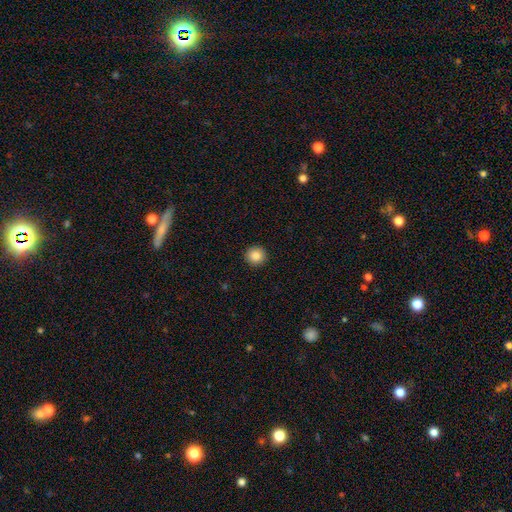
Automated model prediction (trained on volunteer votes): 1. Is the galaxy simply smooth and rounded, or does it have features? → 87% smooth, 9% star or artifact, 4% featured or disk.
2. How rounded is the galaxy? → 94% round, 5% in between, 1% cigar-shaped.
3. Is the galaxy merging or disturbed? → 93% none, 5% minor disturbance, 2% major disturbance, 1% merger.